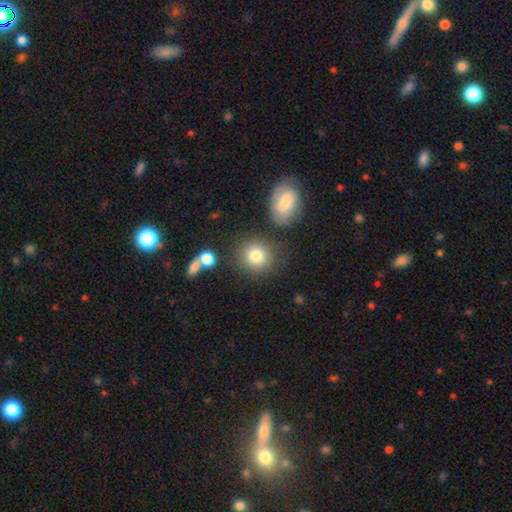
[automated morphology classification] Smooth or featured?
  - smooth: 82% *
  - star or artifact: 10%
  - featured or disk: 8%
How rounded?
  - round: 84% *
  - in between: 15%
  - cigar-shaped: 1%
Merging?
  - none: 78% *
  - minor disturbance: 10%
  - merger: 7%
  - major disturbance: 4%